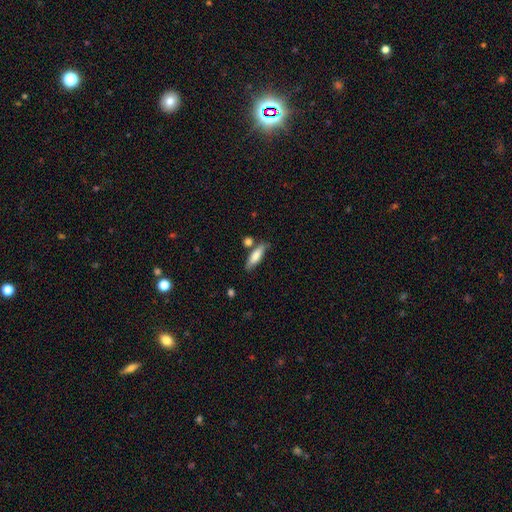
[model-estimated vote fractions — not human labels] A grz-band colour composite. It shows a smooth galaxy with no disk features (73%) that is cigar-shaped (53%). Merging: none (70%).